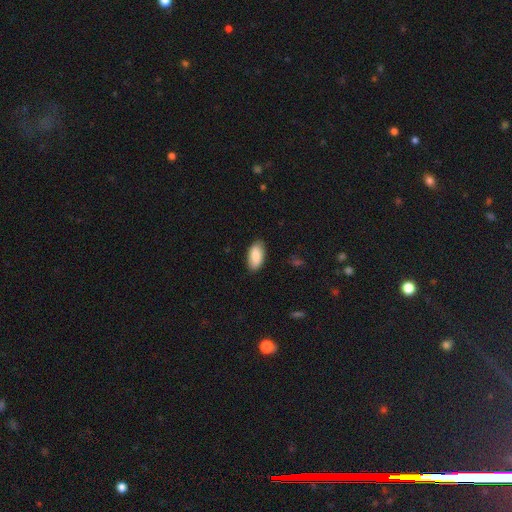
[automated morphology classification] A smooth galaxy with no disk features (87%) that is in between round and cigar-shaped (93%). Merging: none (85%).